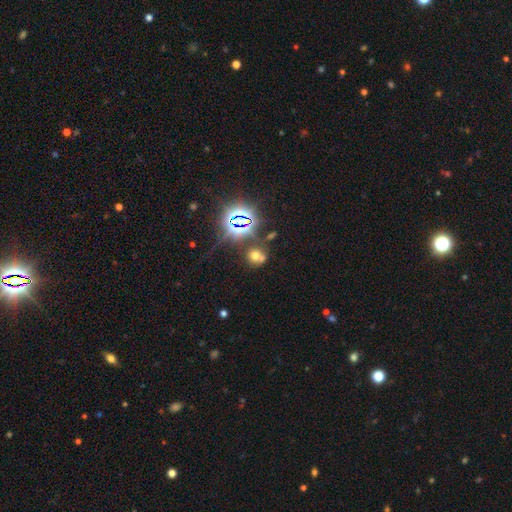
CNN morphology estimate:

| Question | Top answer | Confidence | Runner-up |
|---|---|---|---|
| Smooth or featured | smooth | 52% | star or artifact (35%) |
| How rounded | round | 79% | in between (20%) |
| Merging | none | 60% | merger (22%) |